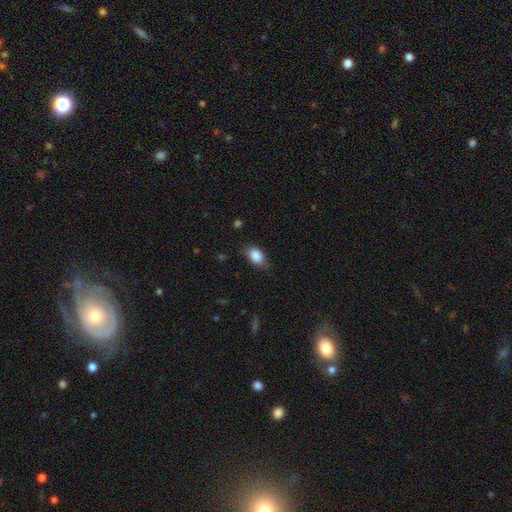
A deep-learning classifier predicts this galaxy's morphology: smooth 87%, star or artifact 7%, featured or disk 5%. Down the decision tree: how rounded — in between (89%); merging — none (79%).